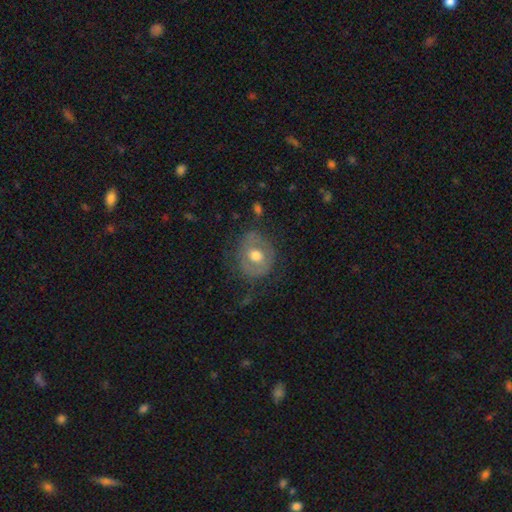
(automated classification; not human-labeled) Q: Smooth or featured?
A: smooth (47%); runner-up: featured or disk (45%)
Q: Merging?
A: none (64%); runner-up: minor disturbance (21%)